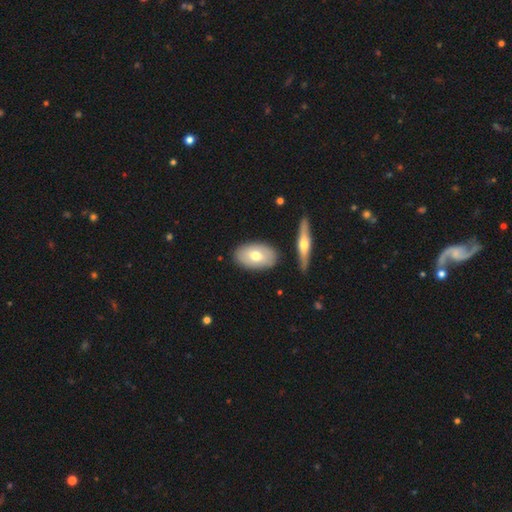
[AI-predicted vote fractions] This is likely a smooth galaxy (62%). How rounded: clearly in between (92%). Merging: clearly none (81%).